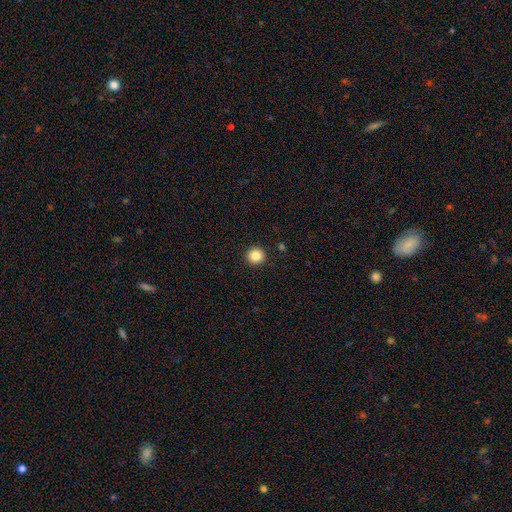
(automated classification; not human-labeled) This is clearly a smooth galaxy (86%). How rounded: clearly round (94%). Merging: clearly none (93%).